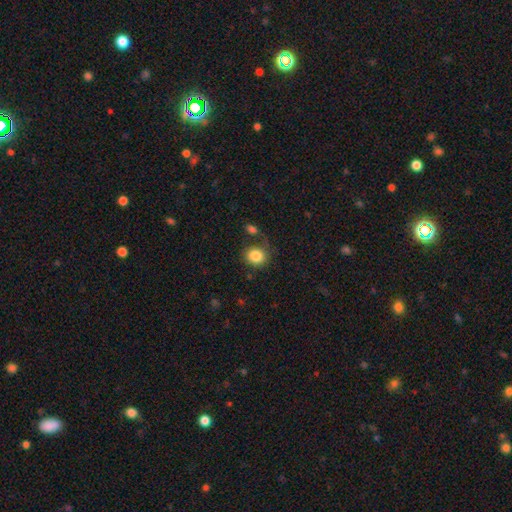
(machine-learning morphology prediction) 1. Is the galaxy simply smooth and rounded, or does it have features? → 85% smooth, 9% star or artifact, 6% featured or disk.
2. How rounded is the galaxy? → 72% round, 27% in between, 1% cigar-shaped.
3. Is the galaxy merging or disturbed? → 69% none, 15% minor disturbance, 9% merger, 7% major disturbance.